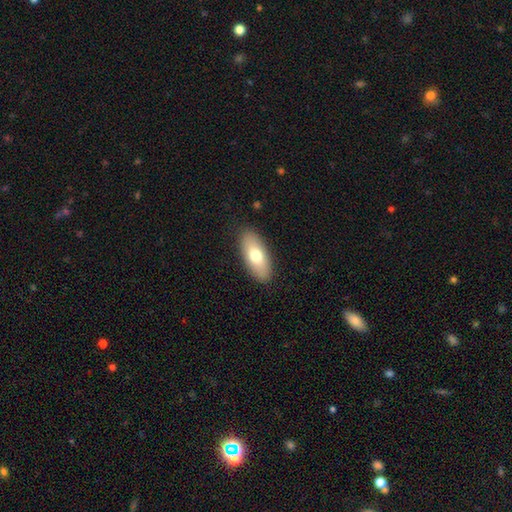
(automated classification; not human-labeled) The model was most divided on "smooth or featured": smooth: 73%, featured or disk: 21%, star or artifact: 6%. More confident: merging — none (88%); how rounded — in between (85%).